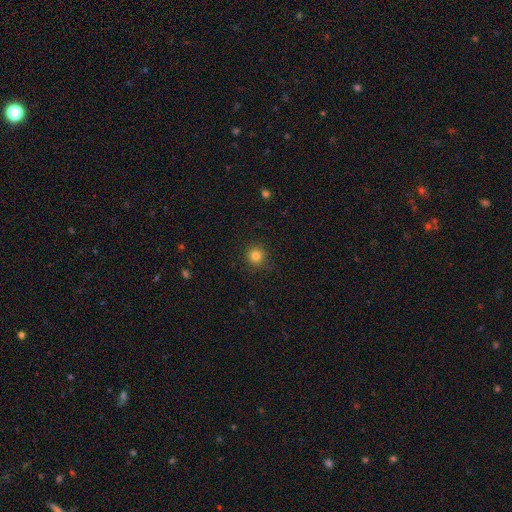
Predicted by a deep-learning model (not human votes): Morphology: type=smooth (82%); roundness=round (93%); merging=none (88%).